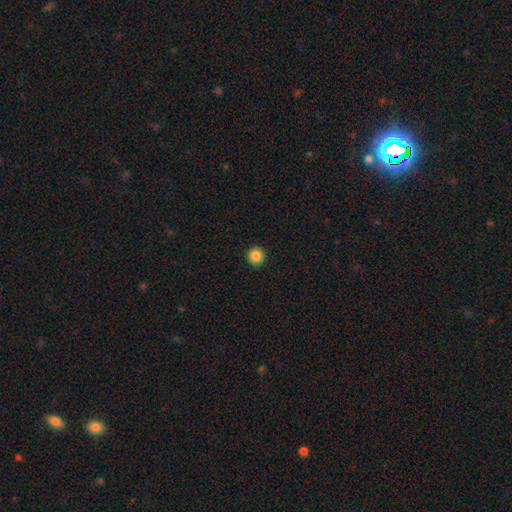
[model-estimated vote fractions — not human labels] smooth-or-featured: smooth: 87% | star or artifact: 10% | featured or disk: 3%
  how-rounded: round: 95% | in between: 4% | cigar-shaped: 1%
  merging: none: 93% | minor disturbance: 5% | major disturbance: 2% | merger: 1%